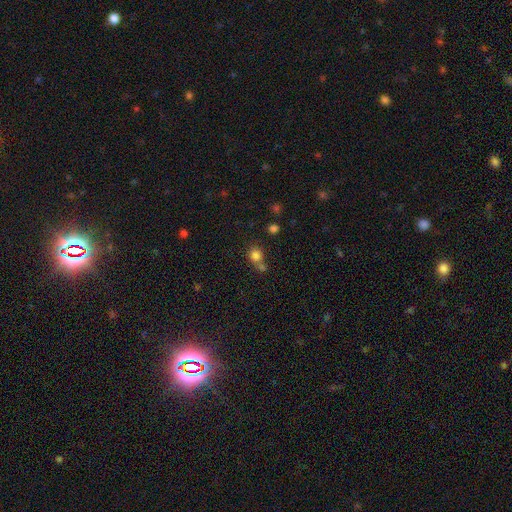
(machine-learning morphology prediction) Smooth or featured: smooth — 80% (star or artifact — 13%)
How rounded: round — 83% (in between — 16%)
Merging: none — 51% (merger — 34%)